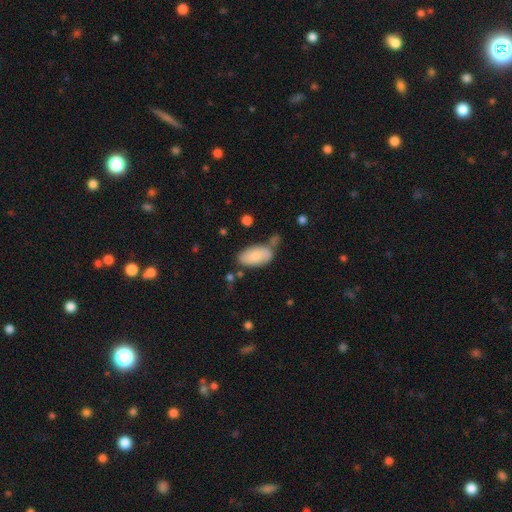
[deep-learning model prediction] Overall: smooth (79%). How rounded: in between (94%). Merging: none (58%; minor disturbance 22%).